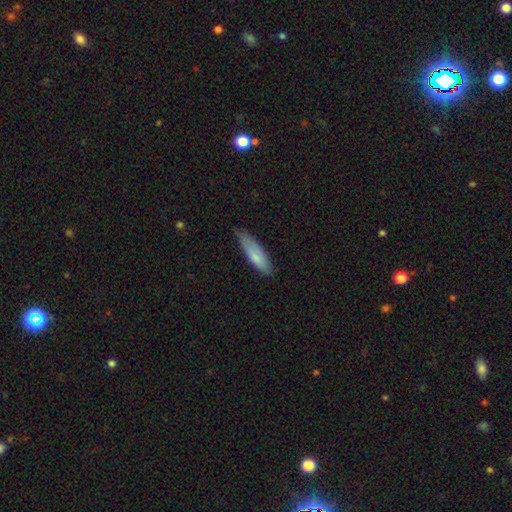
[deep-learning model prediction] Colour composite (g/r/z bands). It shows a smooth galaxy with no disk features (78%) that is cigar-shaped (60%). Merging: none (66%).